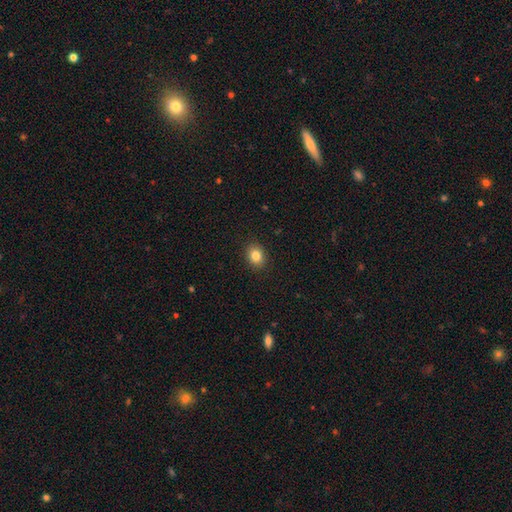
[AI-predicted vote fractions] smooth-or-featured: smooth: 83% | star or artifact: 10% | featured or disk: 7%
  how-rounded: round: 50% | in between: 49% | cigar-shaped: 1%
  merging: none: 90% | minor disturbance: 7% | major disturbance: 2% | merger: 1%